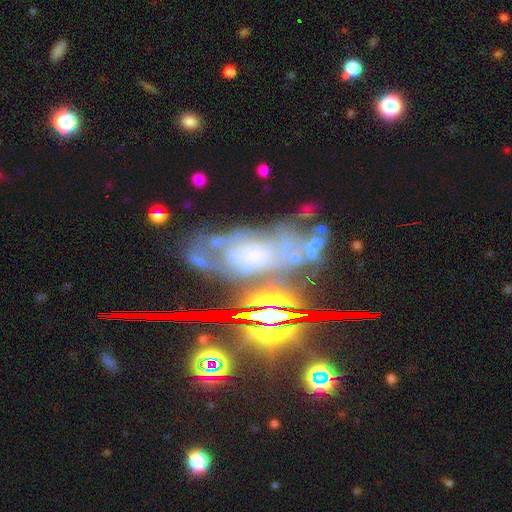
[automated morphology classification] Q: Smooth or featured?
A: featured or disk (59%); runner-up: star or artifact (27%)
Q: Edge-on disk?
A: no (81%); runner-up: yes (19%)
Q: Merging?
A: none (56%); runner-up: minor disturbance (20%)